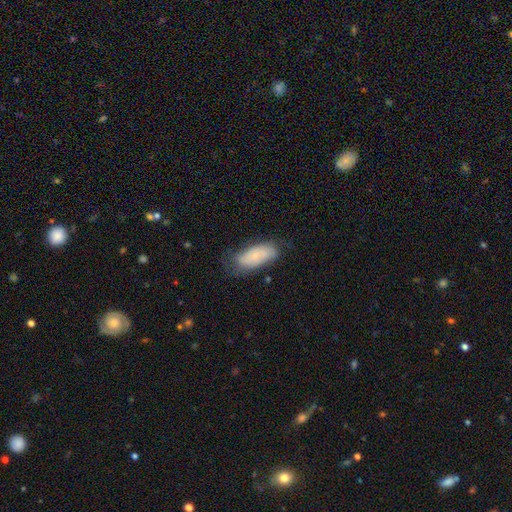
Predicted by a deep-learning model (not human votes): A smooth galaxy with no disk features (64%) that is in between round and cigar-shaped (83%).

Vote fractions:
- Smooth or featured? smooth: 64% / featured or disk: 29% / star or artifact: 8%
- How rounded? in between: 83% / cigar-shaped: 14% / round: 2%
- Merging? none: 64% / minor disturbance: 26% / major disturbance: 8% / merger: 2%